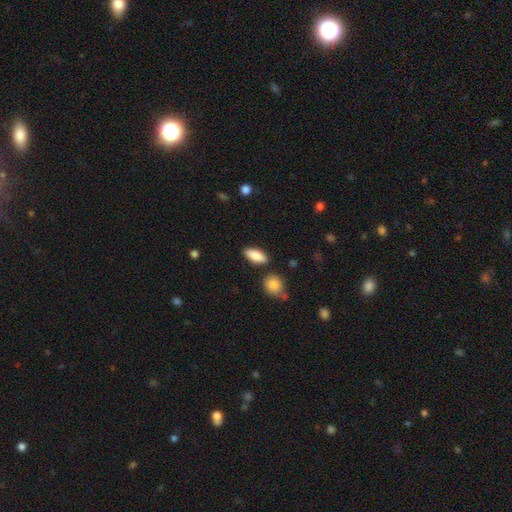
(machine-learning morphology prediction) A smooth galaxy with no disk features (85%) that is in between round and cigar-shaped (78%).

Vote fractions:
- Smooth or featured? smooth: 85% / featured or disk: 9% / star or artifact: 6%
- How rounded? in between: 78% / cigar-shaped: 19% / round: 3%
- Merging? none: 82% / minor disturbance: 11% / merger: 4% / major disturbance: 3%